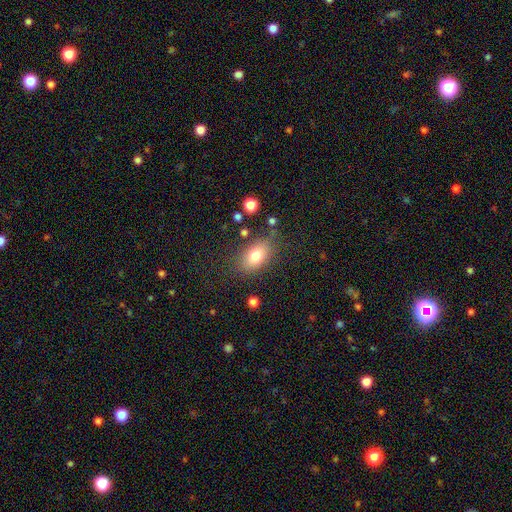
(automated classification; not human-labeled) A smooth galaxy with no disk features (77%) that is in between round and cigar-shaped (84%).

Vote fractions:
- Smooth or featured? smooth: 77% / featured or disk: 13% / star or artifact: 10%
- How rounded? in between: 84% / round: 14% / cigar-shaped: 3%
- Merging? none: 76% / minor disturbance: 15% / major disturbance: 5% / merger: 3%